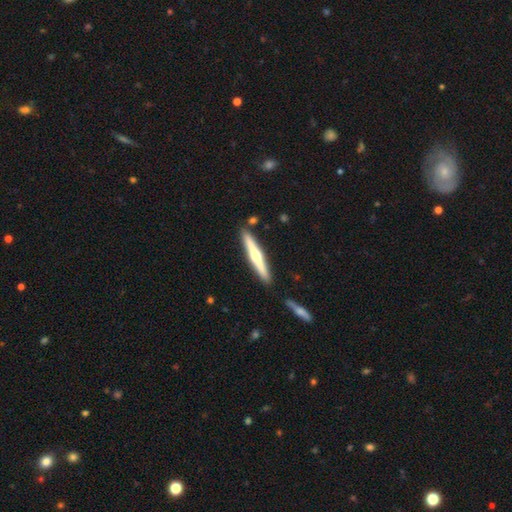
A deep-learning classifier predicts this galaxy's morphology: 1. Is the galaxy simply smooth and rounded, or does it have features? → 64% featured or disk, 31% smooth, 5% star or artifact.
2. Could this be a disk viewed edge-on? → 97% yes, 3% no.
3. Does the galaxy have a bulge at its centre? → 91% rounded, 6% none, 3% boxy.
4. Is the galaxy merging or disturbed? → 89% none, 7% minor disturbance, 3% merger, 2% major disturbance.